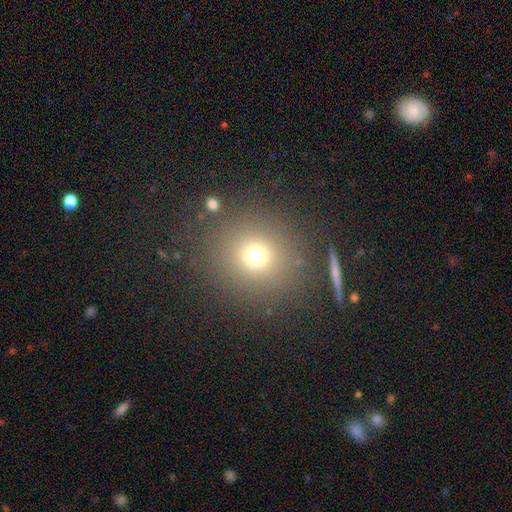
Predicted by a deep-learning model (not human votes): This is likely a smooth galaxy (71%). How rounded: clearly round (88%). Merging: clearly none (83%).